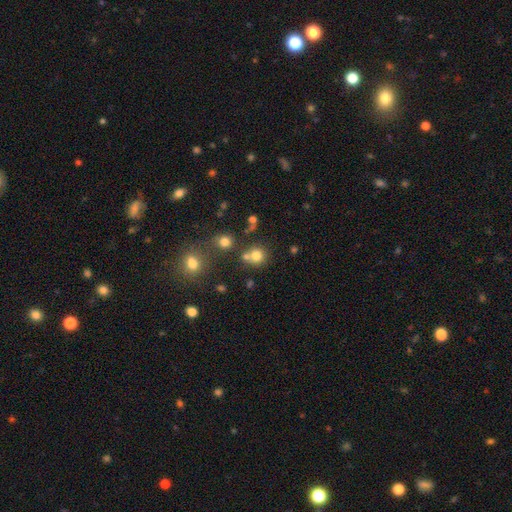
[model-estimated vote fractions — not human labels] The model was most divided on "merging": none: 62%, merger: 25%, minor disturbance: 9%, major disturbance: 4%. More confident: how rounded — round (89%); smooth or featured — smooth (77%).